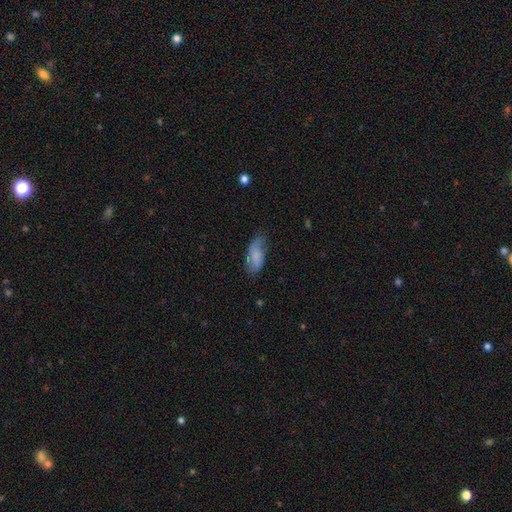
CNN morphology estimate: The model was most divided on "merging": none: 58%, minor disturbance: 31%, major disturbance: 10%, merger: 2%. More confident: how rounded — in between (85%); smooth or featured — smooth (70%).